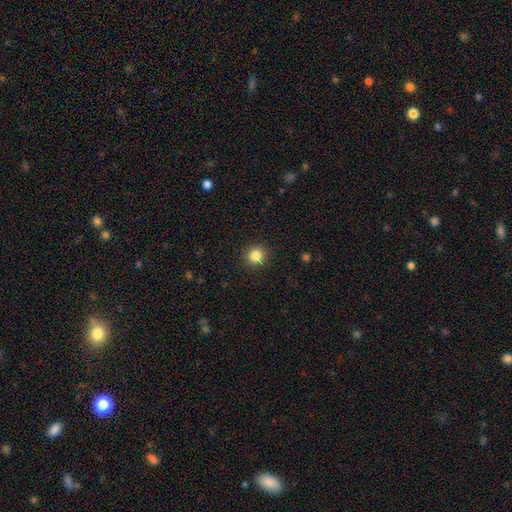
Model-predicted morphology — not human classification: Q: Smooth or featured?
A: smooth (84%); runner-up: star or artifact (11%)
Q: How rounded?
A: round (93%); runner-up: in between (6%)
Q: Merging?
A: none (91%); runner-up: minor disturbance (6%)